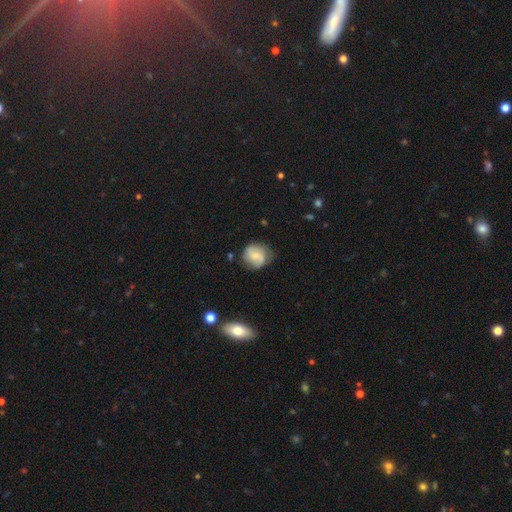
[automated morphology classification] The model was most divided on "smooth or featured" (2-way tie): featured or disk: 46%, smooth: 46%, star or artifact: 8%. More confident: merging — none (65%).